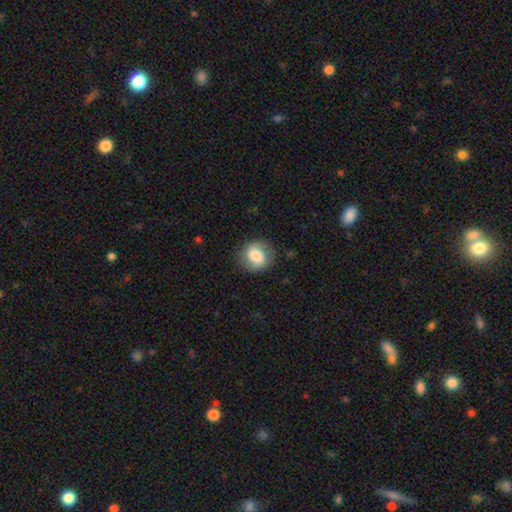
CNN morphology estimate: This appears to be a smooth galaxy with no disk features (63%) that is round (78%). Merging: none (80%).